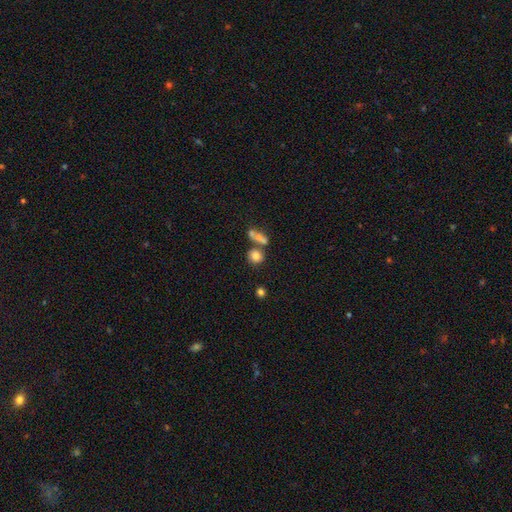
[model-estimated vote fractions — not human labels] This is likely a smooth galaxy (79%). How rounded: clearly round (82%). Merging: possibly none (57%).